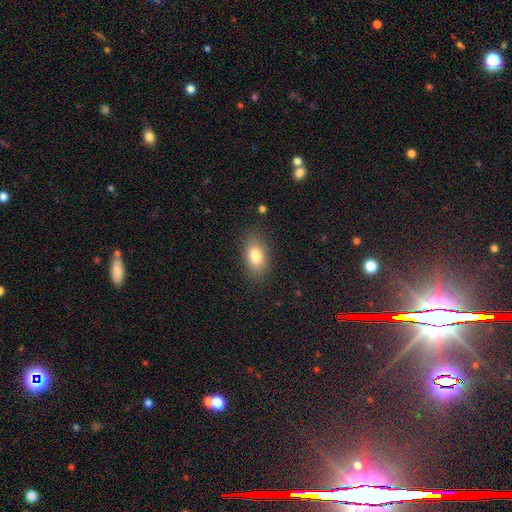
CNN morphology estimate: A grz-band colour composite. It shows a smooth galaxy with no disk features (80%) that is in between round and cigar-shaped (88%). Merging: none (84%).